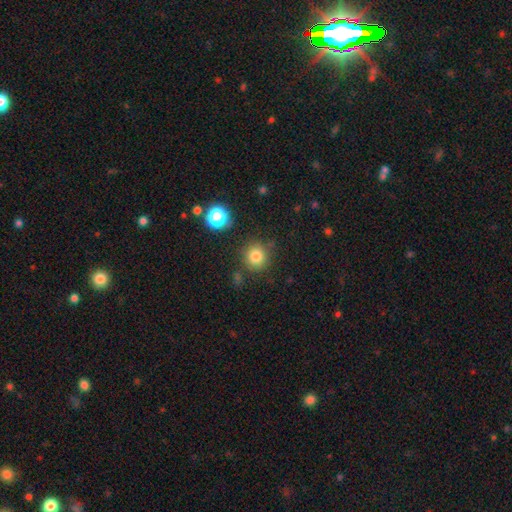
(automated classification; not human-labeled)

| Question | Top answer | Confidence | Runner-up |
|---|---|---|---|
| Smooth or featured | smooth | 81% | star or artifact (13%) |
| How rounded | round | 91% | in between (8%) |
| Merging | none | 83% | minor disturbance (9%) |